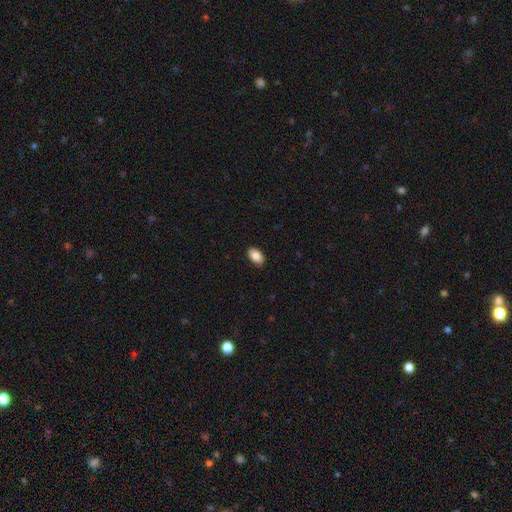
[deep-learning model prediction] Smooth or featured? Predicted: smooth (p=0.86). How rounded? Predicted: in between (p=0.93). Merging? Predicted: none (p=0.86).